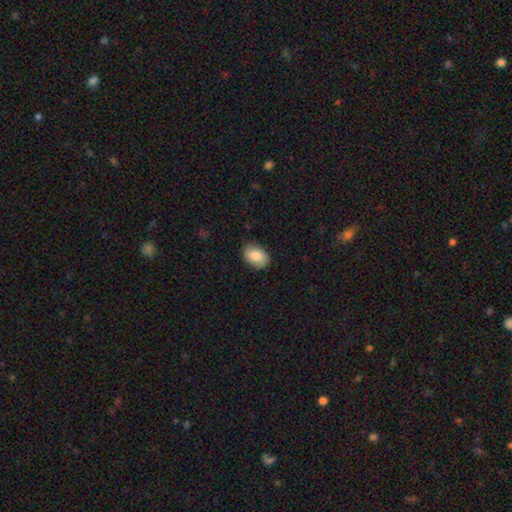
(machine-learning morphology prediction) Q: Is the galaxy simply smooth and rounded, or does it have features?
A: smooth — 81%.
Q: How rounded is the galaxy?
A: in between — 81%.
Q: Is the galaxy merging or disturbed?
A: none — 82%.